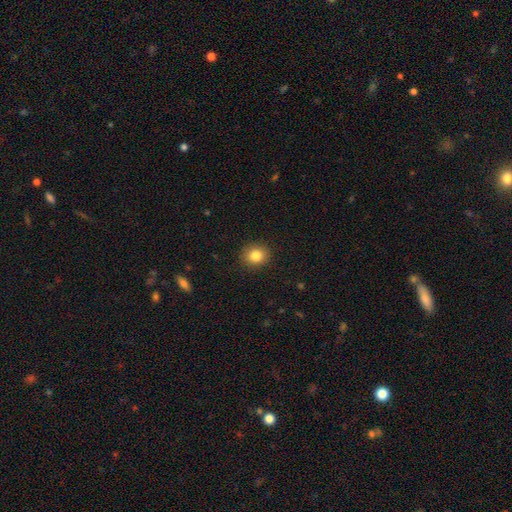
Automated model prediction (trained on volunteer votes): smooth-or-featured: smooth: 84% | star or artifact: 10% | featured or disk: 6%
  how-rounded: round: 78% | in between: 21% | cigar-shaped: 1%
  merging: none: 90% | minor disturbance: 7% | major disturbance: 2% | merger: 1%